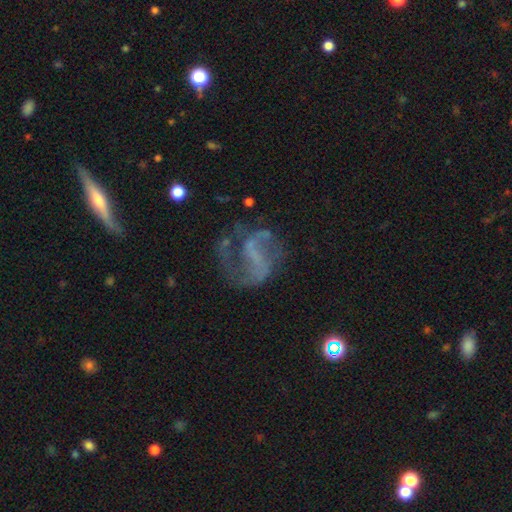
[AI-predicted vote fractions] This appears to be a featured or disk galaxy (79%) with no bar (35%), 2 (76%) loose (48%) spiral arms (87%) and no central bulge (69%). Merging: none (56%).